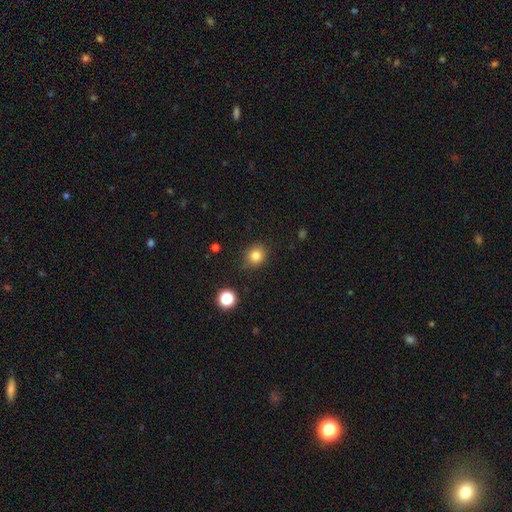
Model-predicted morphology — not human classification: smooth 82%, star or artifact 12%, featured or disk 6%. Down the decision tree: how rounded — round (79%); merging — none (86%).